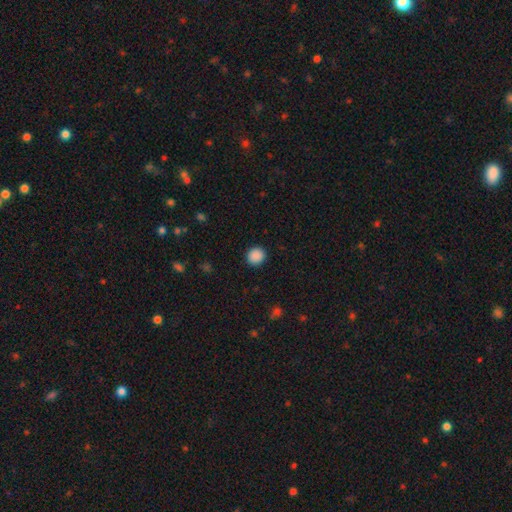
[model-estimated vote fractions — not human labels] This appears to be a smooth galaxy with no disk features (89%) that is round (89%). Merging: none (91%).